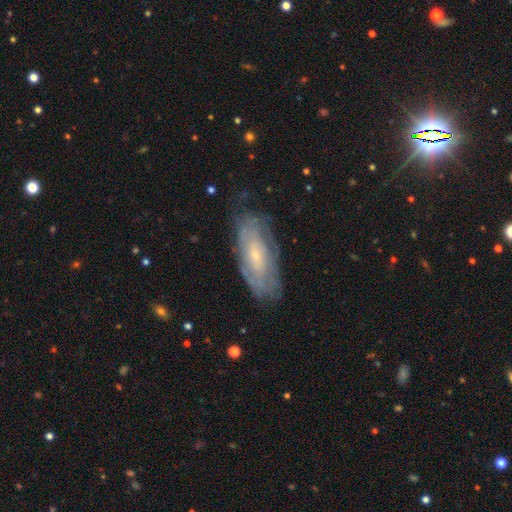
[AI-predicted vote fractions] Smooth or featured? Predicted: featured or disk (p=0.66). Edge-on disk? Predicted: no (p=0.87). Bar? Predicted: no (p=0.71). Spiral arms? Predicted: yes (p=0.73). Bulge size? Predicted: small (p=0.76). Merging? Predicted: none (p=0.73).